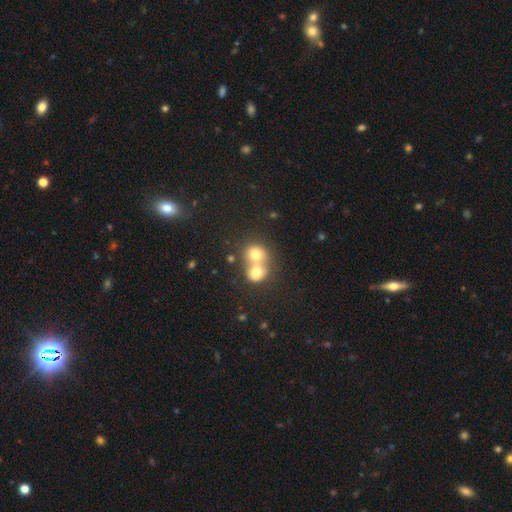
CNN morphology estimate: smooth_or_featured: smooth (p=0.67) [alt: featured or disk p=0.21]
how_rounded: round (p=0.69) [alt: in between p=0.30]
merging: merger (p=0.71) [alt: none p=0.22]